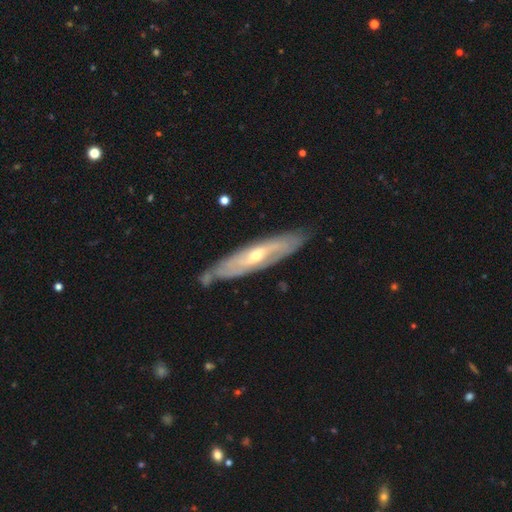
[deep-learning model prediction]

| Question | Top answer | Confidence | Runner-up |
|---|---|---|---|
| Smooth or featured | featured or disk | 75% | smooth (19%) |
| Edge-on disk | no | 56% | yes (44%) |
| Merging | none | 79% | minor disturbance (15%) |